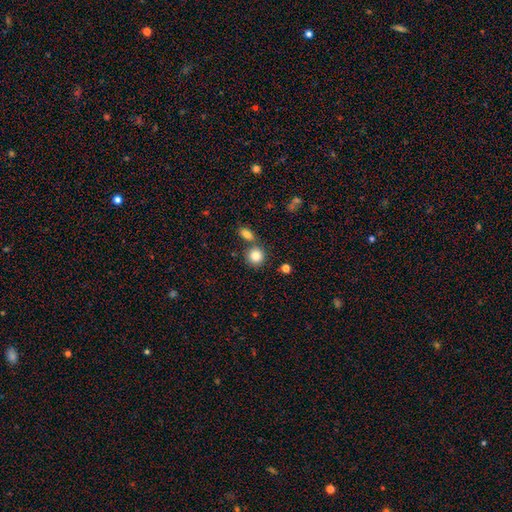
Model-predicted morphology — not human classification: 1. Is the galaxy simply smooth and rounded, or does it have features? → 84% smooth, 9% star or artifact, 7% featured or disk.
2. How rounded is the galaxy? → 85% round, 14% in between, 1% cigar-shaped.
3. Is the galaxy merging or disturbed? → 65% none, 23% merger, 9% minor disturbance, 3% major disturbance.